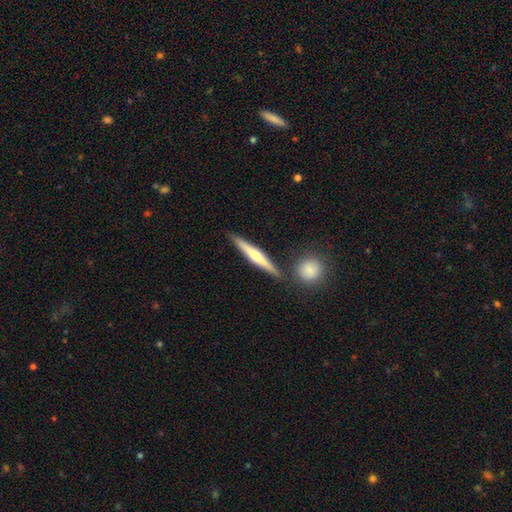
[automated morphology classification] type=featured or disk (56%); edge-on=yes (97%); edge-on bulge=rounded (67%); merging=none (82%).